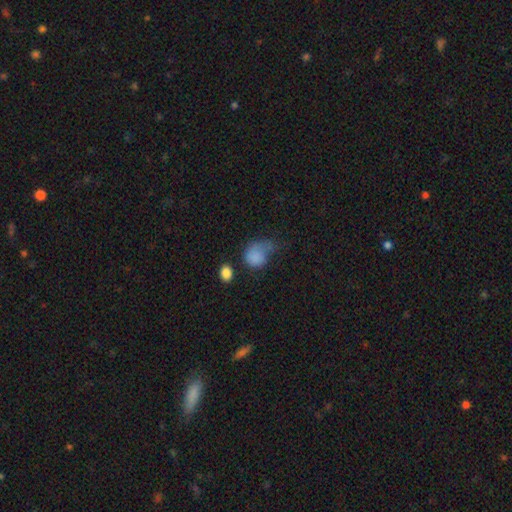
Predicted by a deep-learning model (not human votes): This is likely a smooth galaxy (77%). How rounded: possibly round (53%). Merging: possibly major disturbance (46%).